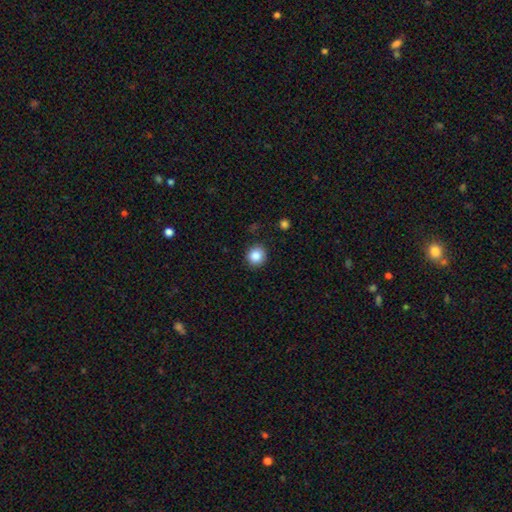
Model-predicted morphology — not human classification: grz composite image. It shows a smooth galaxy with no disk features (86%) that is round (90%). Merging: none (89%).